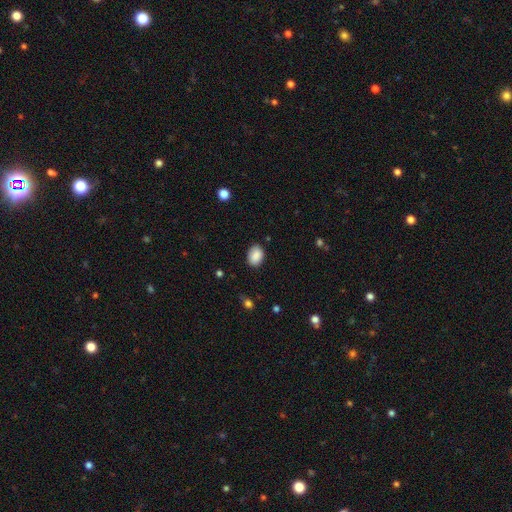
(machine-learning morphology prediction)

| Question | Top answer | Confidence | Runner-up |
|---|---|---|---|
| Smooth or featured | smooth | 89% | star or artifact (7%) |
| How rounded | in between | 74% | round (25%) |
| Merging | none | 84% | minor disturbance (12%) |